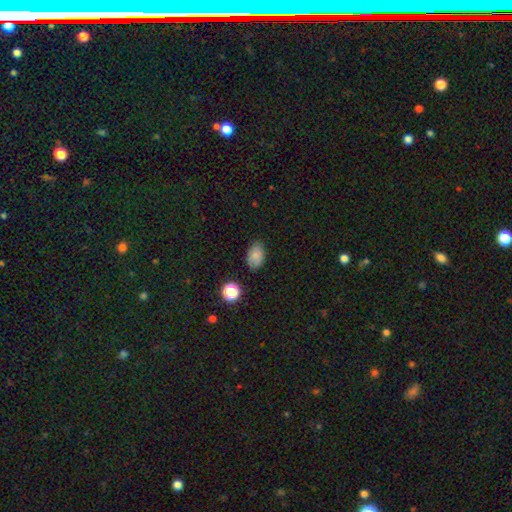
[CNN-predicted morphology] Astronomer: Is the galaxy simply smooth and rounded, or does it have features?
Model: smooth — 82%.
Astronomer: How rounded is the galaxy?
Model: in between — 85%.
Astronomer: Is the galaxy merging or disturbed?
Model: none — 81%.